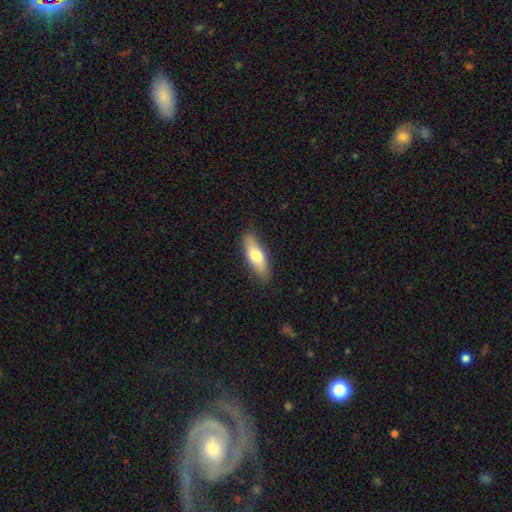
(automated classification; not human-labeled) A smooth galaxy with no disk features (71%) that is in between round and cigar-shaped (63%).

Vote fractions:
- Smooth or featured? smooth: 71% / featured or disk: 24% / star or artifact: 6%
- How rounded? in between: 63% / cigar-shaped: 35% / round: 2%
- Merging? none: 84% / minor disturbance: 12% / major disturbance: 2% / merger: 1%